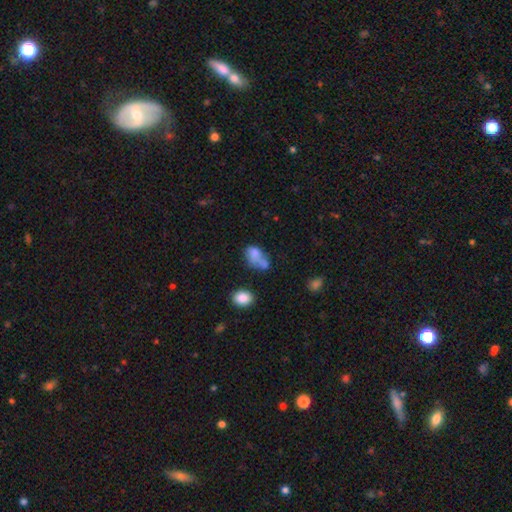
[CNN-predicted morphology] Smooth or featured?
  - smooth: 68% *
  - featured or disk: 20%
  - star or artifact: 12%
How rounded?
  - in between: 79% *
  - round: 18%
  - cigar-shaped: 2%
Merging?
  - merger: 35% *
  - none: 25%
  - minor disturbance: 20%
  - major disturbance: 19%